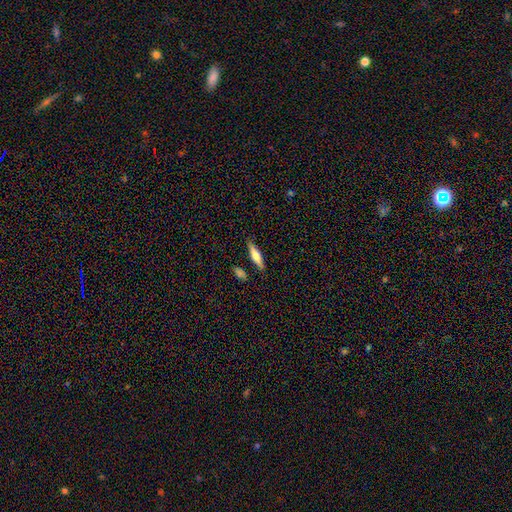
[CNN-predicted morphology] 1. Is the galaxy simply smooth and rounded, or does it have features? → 57% smooth, 37% featured or disk, 6% star or artifact.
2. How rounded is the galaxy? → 75% cigar-shaped, 23% in between, 2% round.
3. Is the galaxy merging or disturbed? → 84% none, 10% minor disturbance, 4% merger, 2% major disturbance.